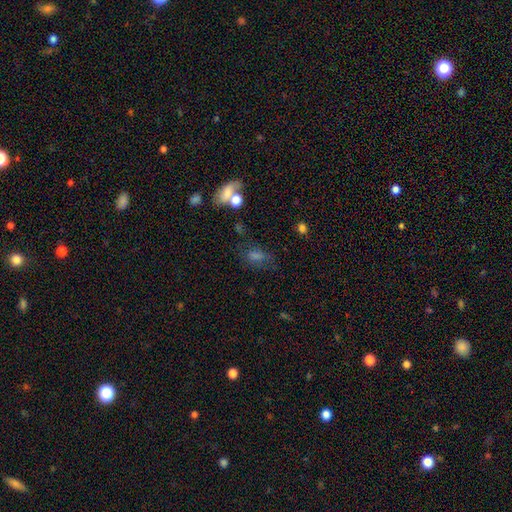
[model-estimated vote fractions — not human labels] Smooth or featured?
  - smooth: 57% *
  - star or artifact: 24%
  - featured or disk: 18%
How rounded?
  - in between: 75% *
  - round: 20%
  - cigar-shaped: 6%
Merging?
  - none: 57% *
  - minor disturbance: 21%
  - major disturbance: 14%
  - merger: 8%